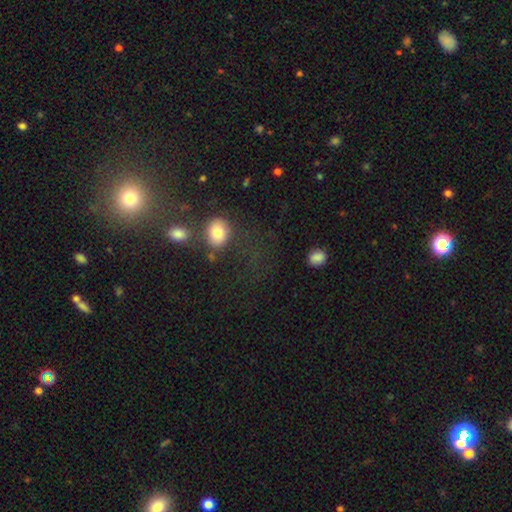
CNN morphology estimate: smooth_or_featured: smooth (p=0.43) [alt: star or artifact p=0.40]
merging: none (p=0.45) [alt: major disturbance p=0.22]